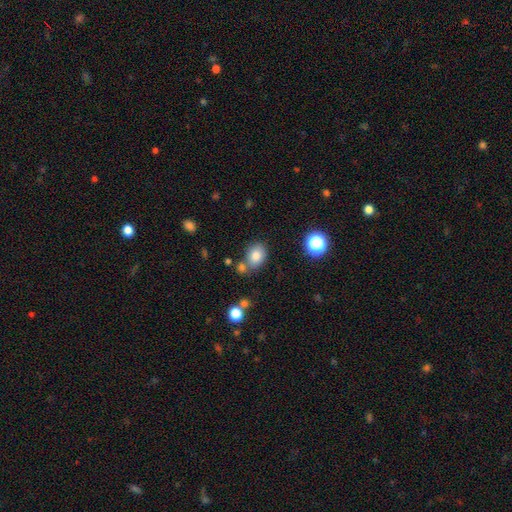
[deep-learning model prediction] smooth-or-featured: smooth: 81% | star or artifact: 11% | featured or disk: 8%
  how-rounded: in between: 56% | round: 43% | cigar-shaped: 1%
  merging: none: 67% | merger: 15% | minor disturbance: 14% | major disturbance: 4%